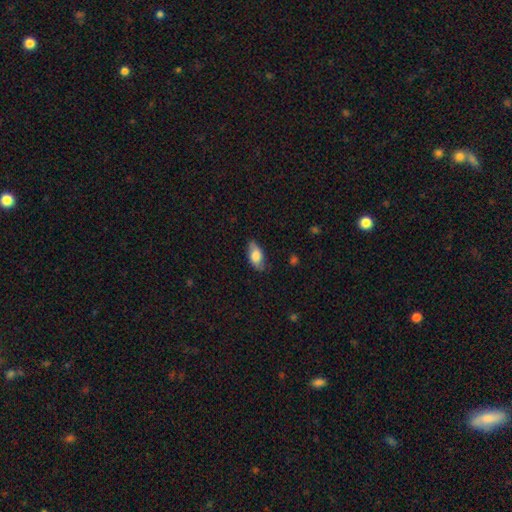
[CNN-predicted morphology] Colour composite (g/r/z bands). It shows a smooth galaxy with no disk features (72%) that is in between round and cigar-shaped (88%). Merging: none (77%).